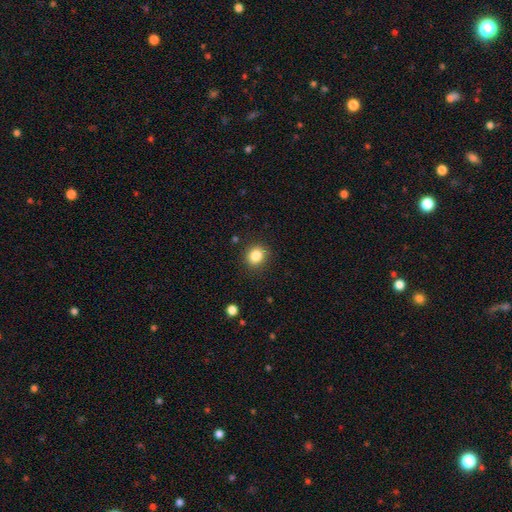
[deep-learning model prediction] A smooth galaxy with no disk features (85%) that is round (74%).

Vote fractions:
- Smooth or featured? smooth: 85% / star or artifact: 10% / featured or disk: 5%
- How rounded? round: 74% / in between: 25% / cigar-shaped: 1%
- Merging? none: 89% / minor disturbance: 7% / major disturbance: 2% / merger: 1%